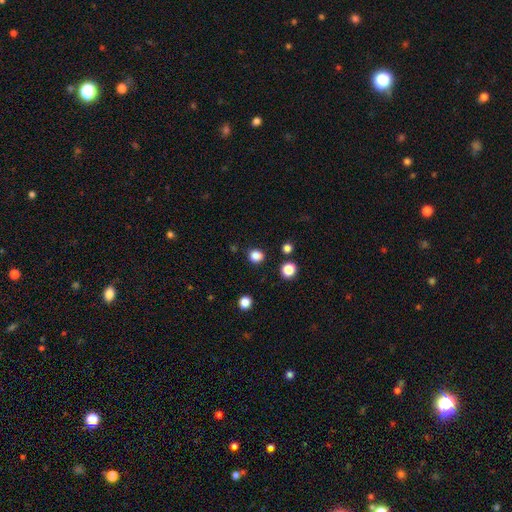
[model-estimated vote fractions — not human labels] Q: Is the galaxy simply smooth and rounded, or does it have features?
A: smooth — 84%.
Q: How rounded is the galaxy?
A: round — 82%.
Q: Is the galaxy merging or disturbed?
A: none — 87%.